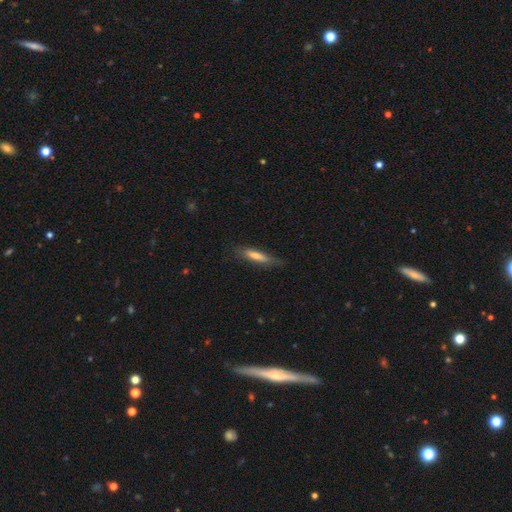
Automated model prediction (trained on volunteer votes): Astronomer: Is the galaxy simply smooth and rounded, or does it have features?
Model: smooth — 58% (runner-up: featured or disk, 35%).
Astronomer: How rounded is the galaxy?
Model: cigar-shaped — 85%.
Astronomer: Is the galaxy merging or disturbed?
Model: none — 76%.